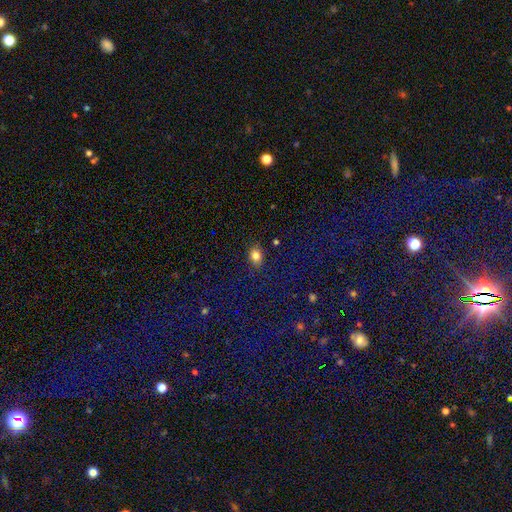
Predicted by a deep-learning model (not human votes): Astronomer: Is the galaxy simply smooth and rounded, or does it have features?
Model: smooth — 81%.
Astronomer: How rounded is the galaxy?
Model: in between — 64%.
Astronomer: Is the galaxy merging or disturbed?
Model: none — 84%.